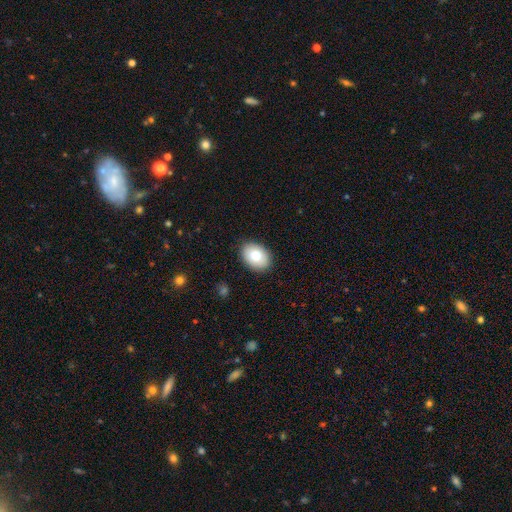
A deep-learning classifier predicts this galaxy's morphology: smooth_or_featured: smooth (p=0.76) [alt: featured or disk p=0.16]
how_rounded: in between (p=0.76) [alt: round p=0.23]
merging: none (p=0.88) [alt: minor disturbance p=0.09]